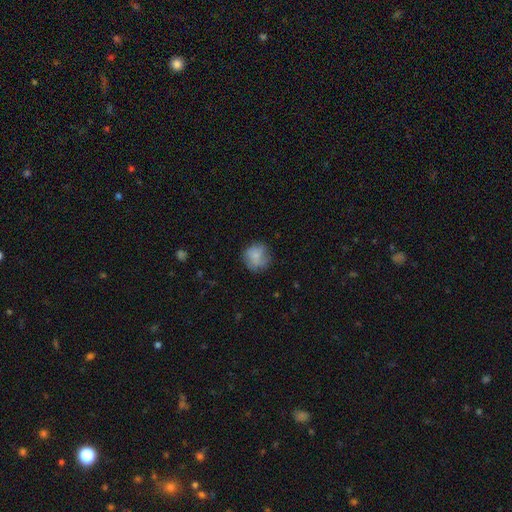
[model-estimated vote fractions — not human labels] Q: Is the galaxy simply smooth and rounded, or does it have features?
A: smooth — 74%.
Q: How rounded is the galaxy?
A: round — 87%.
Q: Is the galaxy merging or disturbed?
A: none — 65%.